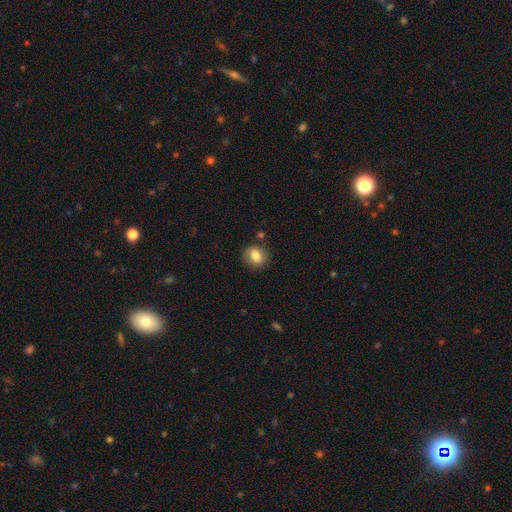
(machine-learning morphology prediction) Smooth or featured: smooth — 81% (featured or disk — 10%)
How rounded: round — 71% (in between — 28%)
Merging: none — 83% (minor disturbance — 11%)